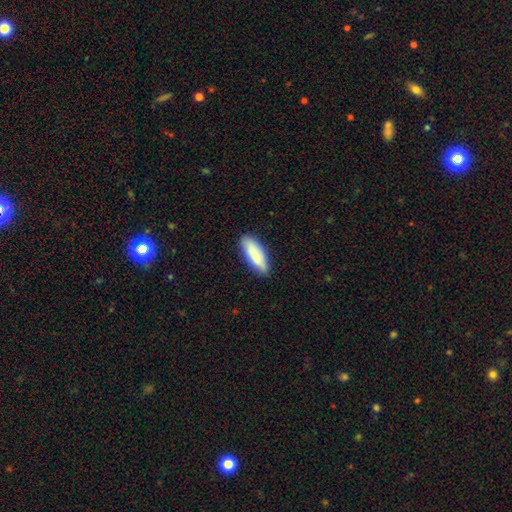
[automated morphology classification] smooth_or_featured: smooth (p=0.86) [alt: featured or disk p=0.09]
how_rounded: in between (p=0.62) [alt: cigar-shaped p=0.37]
merging: none (p=0.85) [alt: minor disturbance p=0.12]